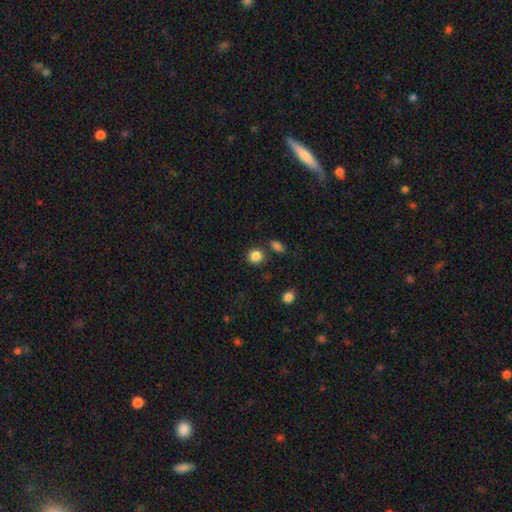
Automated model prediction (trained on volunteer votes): A smooth galaxy with no disk features (86%) that is round (87%). Merging: none (80%).